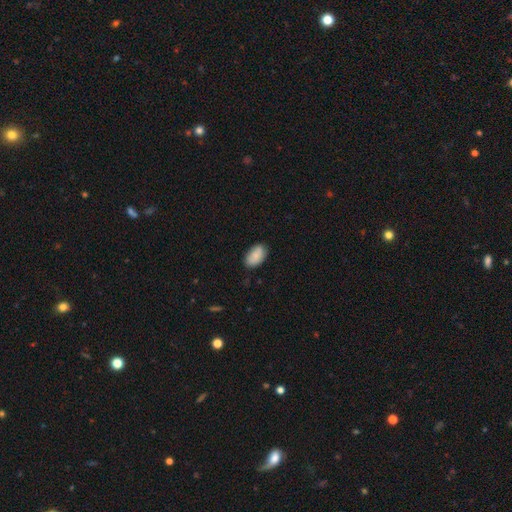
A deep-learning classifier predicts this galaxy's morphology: Overall: smooth (88%). How rounded: in between (94%). Merging: none (82%).